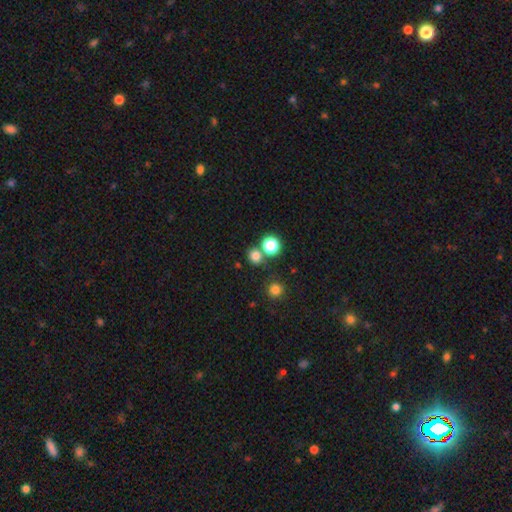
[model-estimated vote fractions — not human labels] This is likely a smooth galaxy (76%). How rounded: clearly round (83%). Merging: likely none (72%).